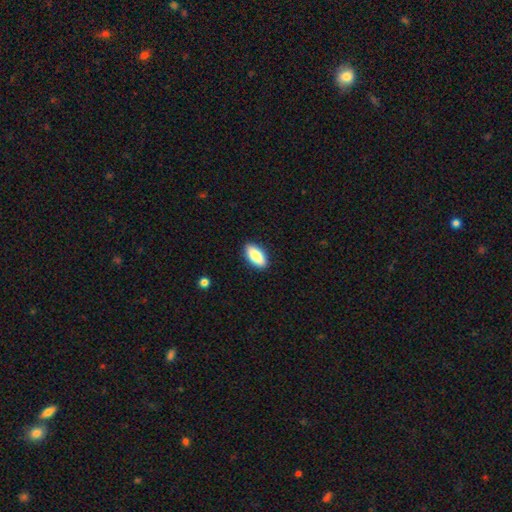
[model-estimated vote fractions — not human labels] This is clearly a smooth galaxy (83%). How rounded: clearly in between (88%). Merging: clearly none (89%).